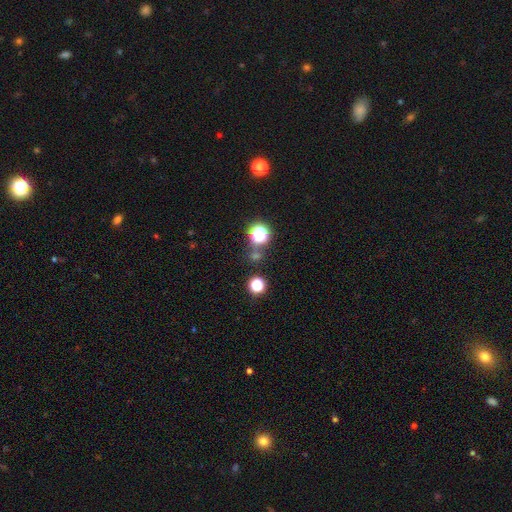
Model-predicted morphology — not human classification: The model was most divided on "smooth or featured": star or artifact: 52%, smooth: 41%, featured or disk: 7%.